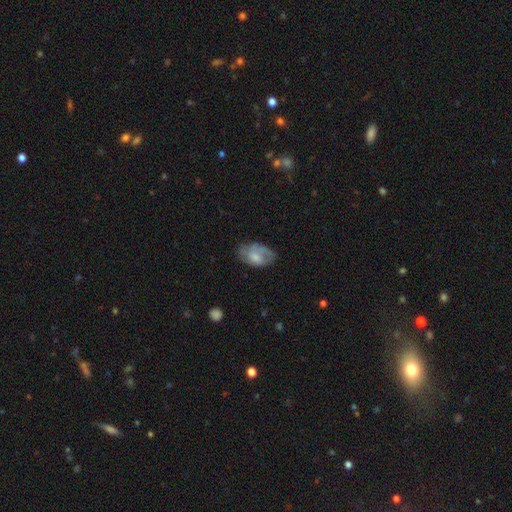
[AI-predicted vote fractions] This appears to be a smooth galaxy with no disk features (58%) that is in between round and cigar-shaped (91%). Merging: none (55%).